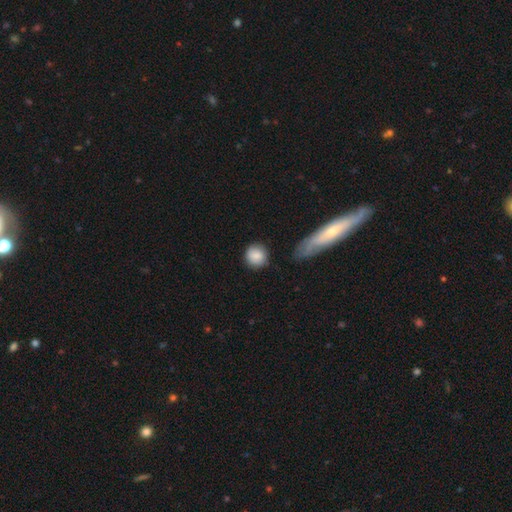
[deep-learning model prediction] smooth-or-featured: smooth: 84% | featured or disk: 9% | star or artifact: 7%
  how-rounded: round: 88% | in between: 11% | cigar-shaped: 1%
  merging: none: 78% | minor disturbance: 14% | merger: 4% | major disturbance: 4%